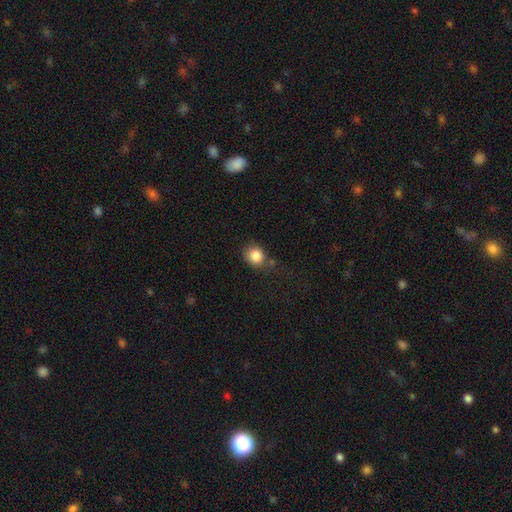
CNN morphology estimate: Overall: smooth (85%). How rounded: round (76%). Merging: none (66%).